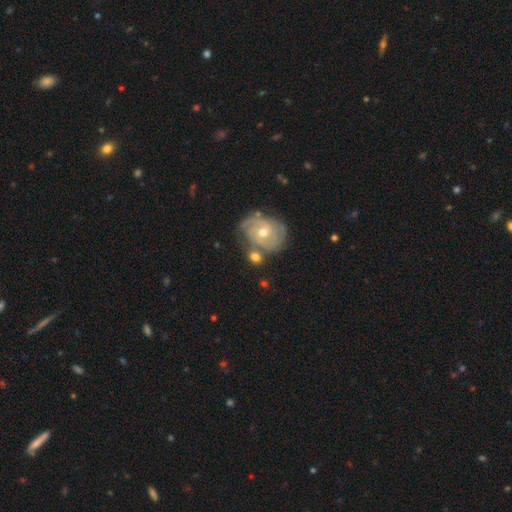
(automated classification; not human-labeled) Overall: featured or disk (73%). Edge-on disk: no (97%). Bar: no (70%). Spiral arms: yes (87%). Spiral arm count: can't tell (35%; 2 29%). Spiral winding: tight (69%). Bulge size: moderate (57%; small 40%). Merging: none (64%).